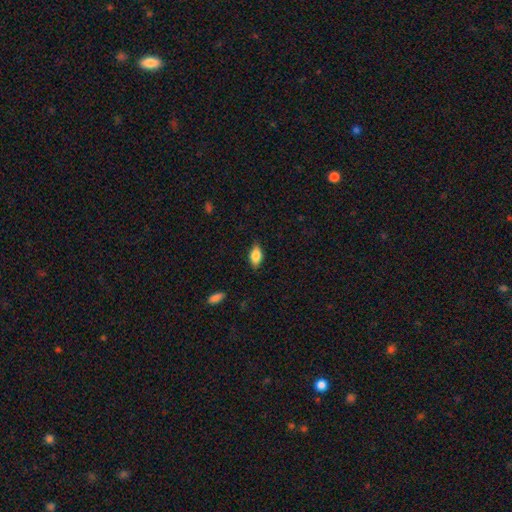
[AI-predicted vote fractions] Overall: smooth (80%). How rounded: in between (87%). Merging: none (82%).